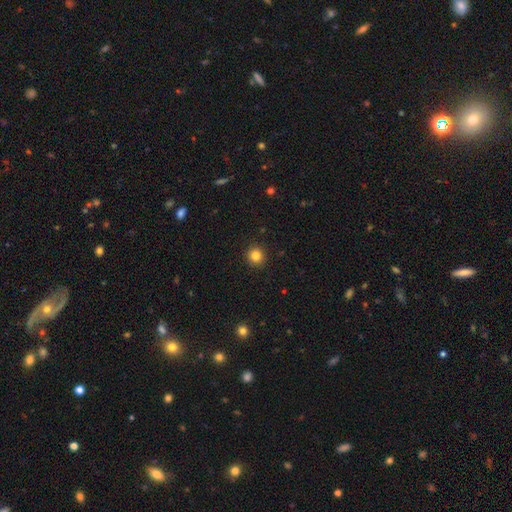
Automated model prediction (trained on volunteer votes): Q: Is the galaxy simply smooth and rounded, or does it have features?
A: smooth — 84%.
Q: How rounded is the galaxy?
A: round — 92%.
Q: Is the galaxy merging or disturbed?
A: none — 92%.